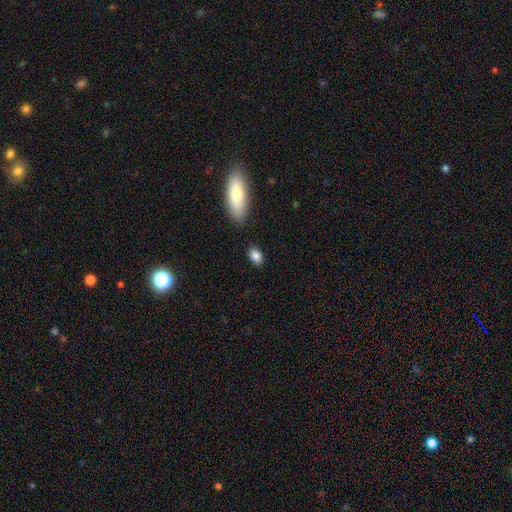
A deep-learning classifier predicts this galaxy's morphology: The model was most divided on "how rounded": in between: 85%, round: 12%, cigar-shaped: 2%. More confident: merging — none (85%); smooth or featured — smooth (84%).